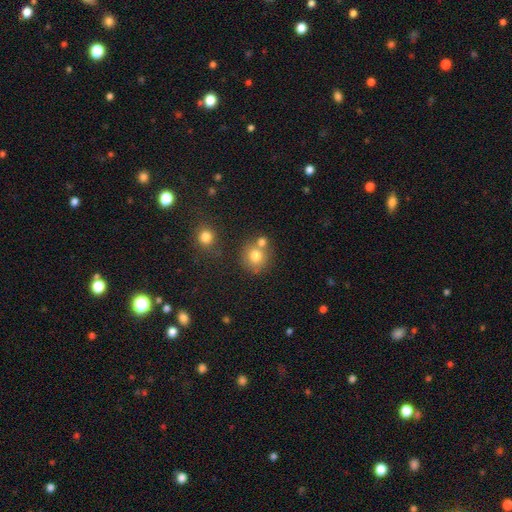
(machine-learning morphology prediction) This is likely a smooth galaxy (77%). How rounded: clearly round (87%). Merging: likely none (61%).